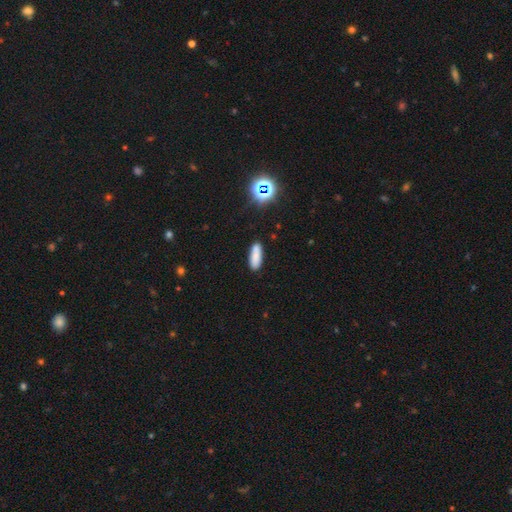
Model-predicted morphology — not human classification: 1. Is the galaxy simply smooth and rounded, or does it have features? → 82% smooth, 10% star or artifact, 8% featured or disk.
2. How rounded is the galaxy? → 61% in between, 37% cigar-shaped, 2% round.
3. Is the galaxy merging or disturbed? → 81% none, 12% minor disturbance, 4% merger, 3% major disturbance.